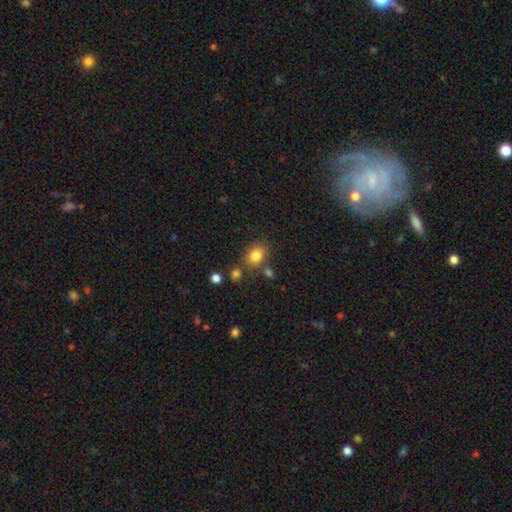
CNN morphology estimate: Q: Smooth or featured?
A: smooth (83%); runner-up: star or artifact (11%)
Q: How rounded?
A: in between (55%); runner-up: round (44%)
Q: Merging?
A: none (71%); runner-up: minor disturbance (13%)